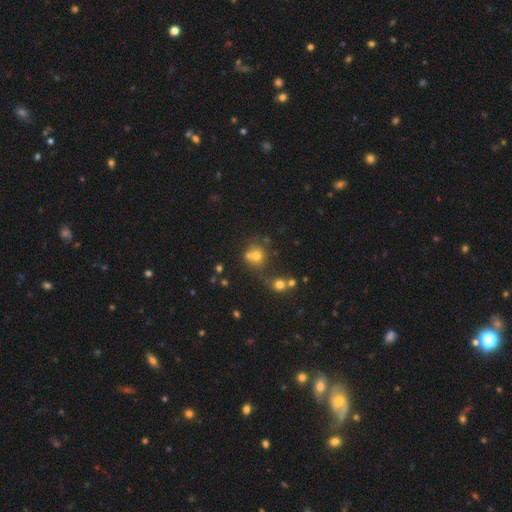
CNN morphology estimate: The model was most divided on "merging": none: 48%, merger: 34%, minor disturbance: 12%, major disturbance: 6%. More confident: how rounded — round (84%); smooth or featured — smooth (69%).